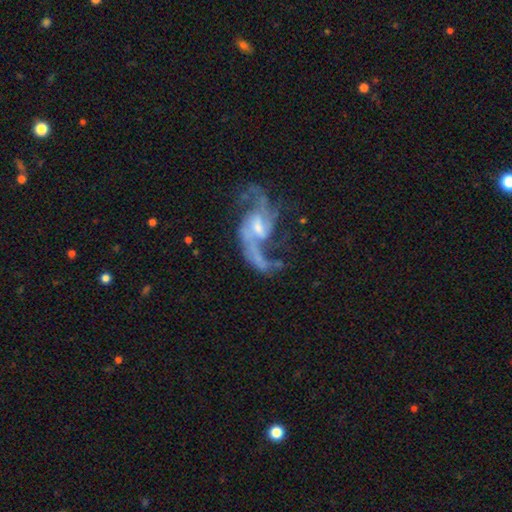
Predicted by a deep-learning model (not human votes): A featured or disk galaxy (88%) with a weak bar (52%), 2 (77%) loose (64%) spiral arms (95%) and a small central bulge (48%). Merging: none (51%).